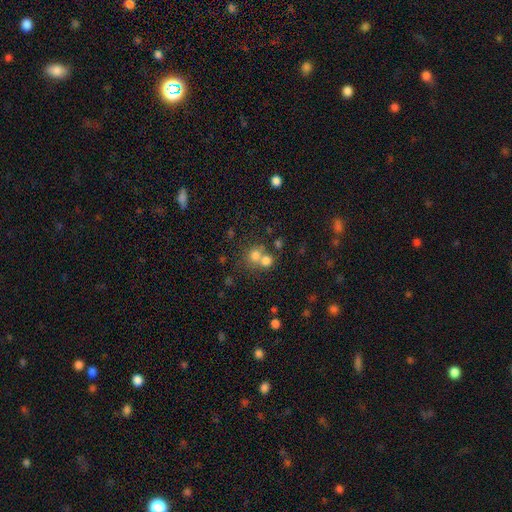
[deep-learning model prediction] smooth_or_featured: smooth (p=0.72) [alt: star or artifact p=0.15]
how_rounded: round (p=0.83) [alt: in between p=0.16]
merging: merger (p=0.48) [alt: none p=0.42]